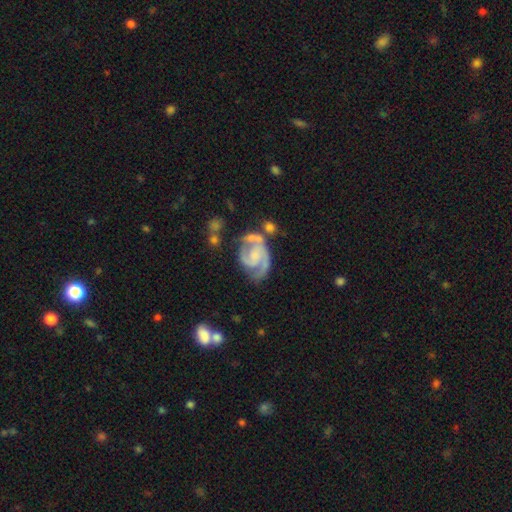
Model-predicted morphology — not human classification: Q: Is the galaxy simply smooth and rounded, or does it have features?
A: featured or disk — 88%.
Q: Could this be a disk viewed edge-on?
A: no — 98%.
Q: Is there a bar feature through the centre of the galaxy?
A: no — 52%.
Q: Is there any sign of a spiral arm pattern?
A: yes — 96%.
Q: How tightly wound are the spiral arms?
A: medium — 49%.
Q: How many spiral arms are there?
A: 2 — 81%.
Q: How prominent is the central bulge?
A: small — 35%, tied with none.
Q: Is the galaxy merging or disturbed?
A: none — 50%.